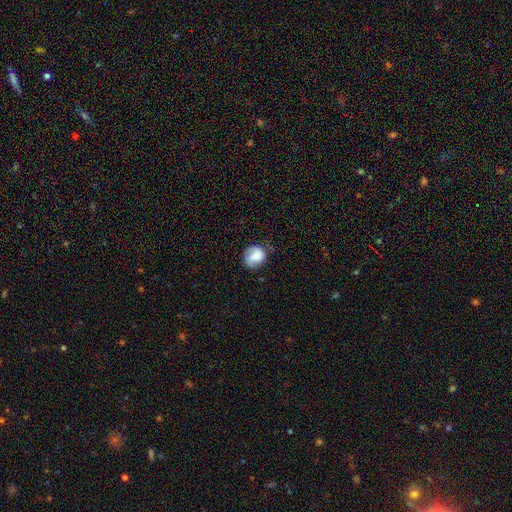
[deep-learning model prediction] Smooth or featured?
  - smooth: 66% *
  - featured or disk: 25%
  - star or artifact: 8%
How rounded?
  - round: 70% *
  - in between: 29%
  - cigar-shaped: 1%
Merging?
  - none: 61% *
  - minor disturbance: 27%
  - major disturbance: 10%
  - merger: 2%